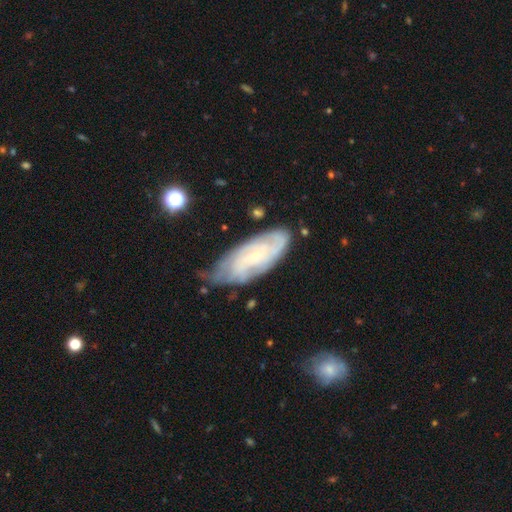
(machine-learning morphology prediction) This appears to be a featured or disk galaxy (72%) with no bar (66%), tight (63%) spiral arms (89%) and a small central bulge (78%). Merging: none (63%).